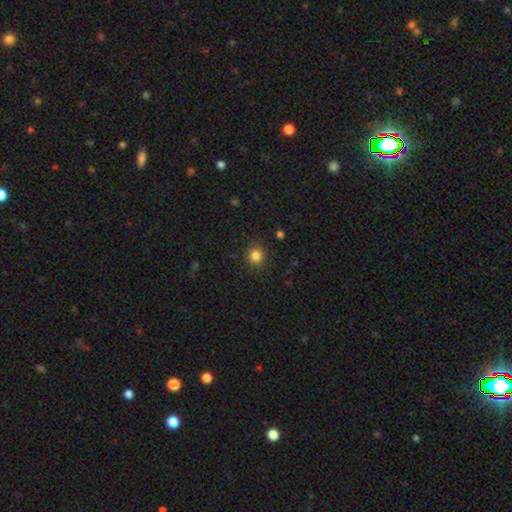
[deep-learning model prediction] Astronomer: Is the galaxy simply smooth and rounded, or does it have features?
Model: smooth — 84%.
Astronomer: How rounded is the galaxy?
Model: round — 91%.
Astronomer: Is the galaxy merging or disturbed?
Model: none — 90%.